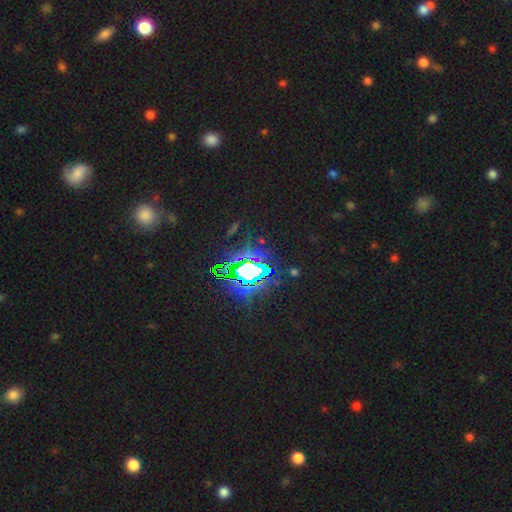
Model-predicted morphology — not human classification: Smooth or featured?
  - star or artifact: 82% *
  - smooth: 11%
  - featured or disk: 7%